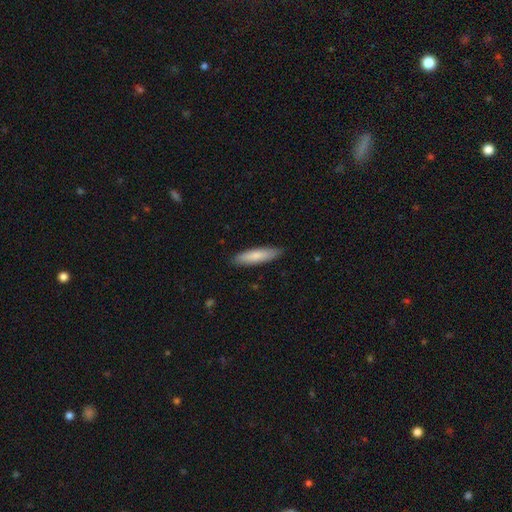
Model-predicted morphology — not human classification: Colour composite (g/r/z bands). It shows a smooth galaxy with no disk features (81%) that is cigar-shaped (70%). Merging: none (88%).